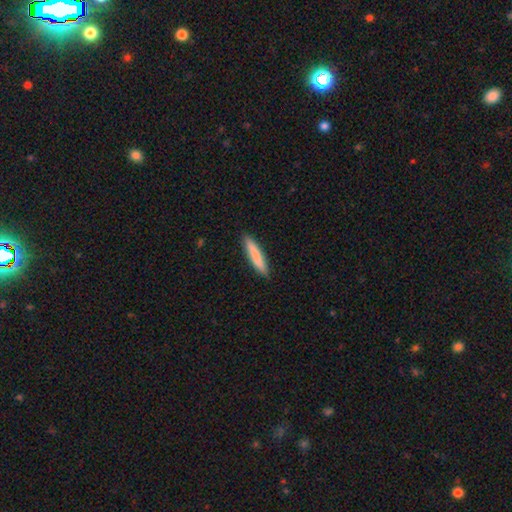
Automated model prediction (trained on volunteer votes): The model was most divided on "smooth or featured": smooth: 82%, featured or disk: 13%, star or artifact: 5%. More confident: how rounded — cigar-shaped (91%); merging — none (90%).